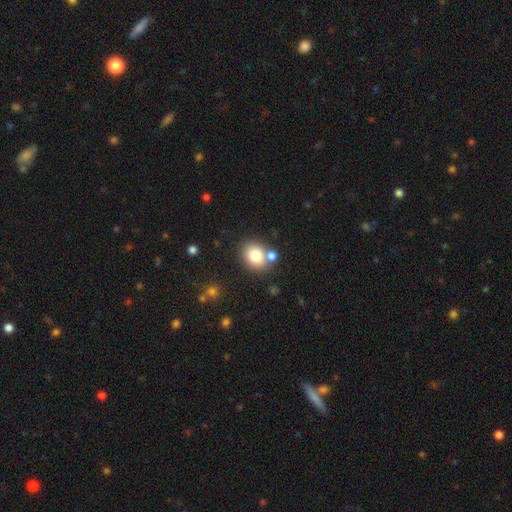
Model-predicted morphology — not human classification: The model was most divided on "how rounded": round: 54%, in between: 45%, cigar-shaped: 1%. More confident: smooth or featured — smooth (80%); merging — none (66%).